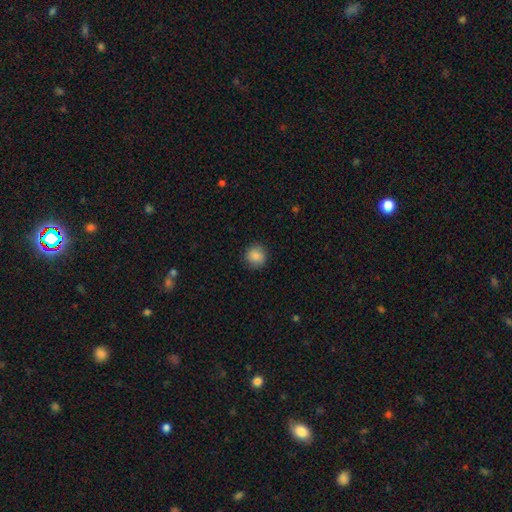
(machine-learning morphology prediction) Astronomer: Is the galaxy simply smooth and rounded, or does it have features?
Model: smooth — 86%.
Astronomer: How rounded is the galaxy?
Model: round — 91%.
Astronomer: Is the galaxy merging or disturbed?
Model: none — 87%.